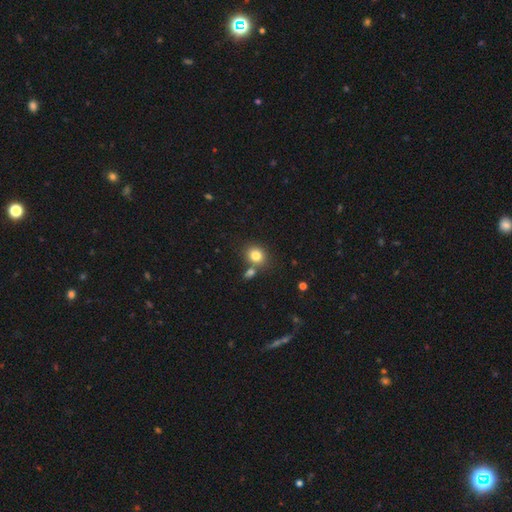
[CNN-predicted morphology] Smooth or featured? smooth (81%)
How rounded? round (65%)
Merging? none (66%)